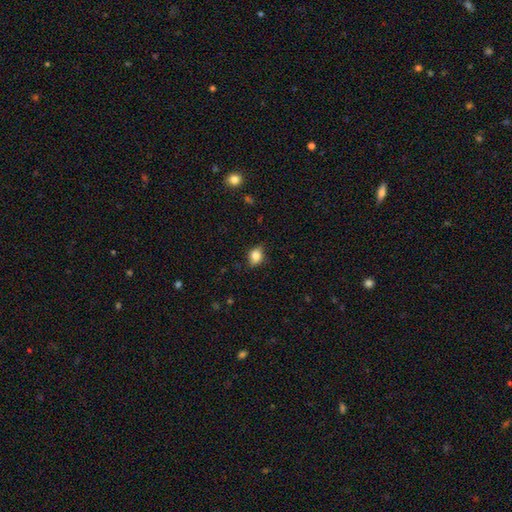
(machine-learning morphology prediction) Smooth or featured?
  - smooth: 81% *
  - featured or disk: 10%
  - star or artifact: 9%
How rounded?
  - in between: 62% *
  - round: 36%
  - cigar-shaped: 2%
Merging?
  - none: 74% *
  - minor disturbance: 21%
  - major disturbance: 4%
  - merger: 1%